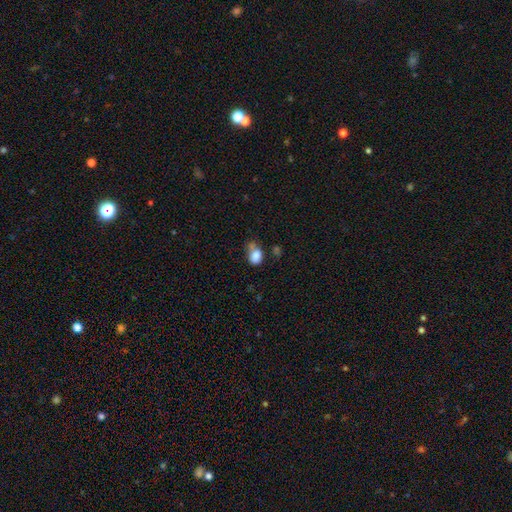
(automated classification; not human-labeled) Overall: smooth (81%). How rounded: in between (70%). Merging: none (37%; minor disturbance 26%).